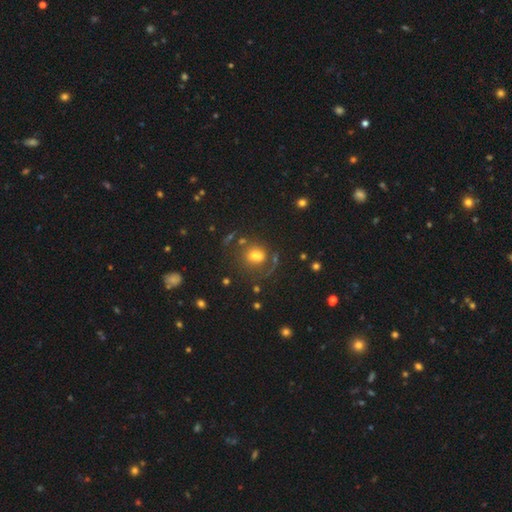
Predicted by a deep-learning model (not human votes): smooth 58%, star or artifact 22%, featured or disk 20%. Down the decision tree: how rounded — round (60%); merging — none (57%).